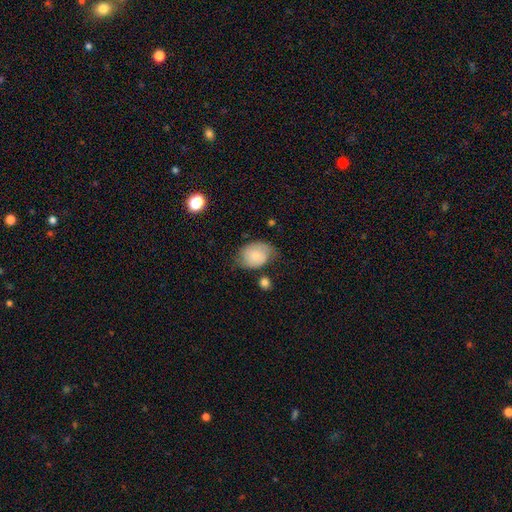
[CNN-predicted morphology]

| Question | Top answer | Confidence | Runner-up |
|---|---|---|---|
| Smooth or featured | smooth | 72% | featured or disk (20%) |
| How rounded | in between | 68% | round (31%) |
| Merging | none | 54% | minor disturbance (31%) |